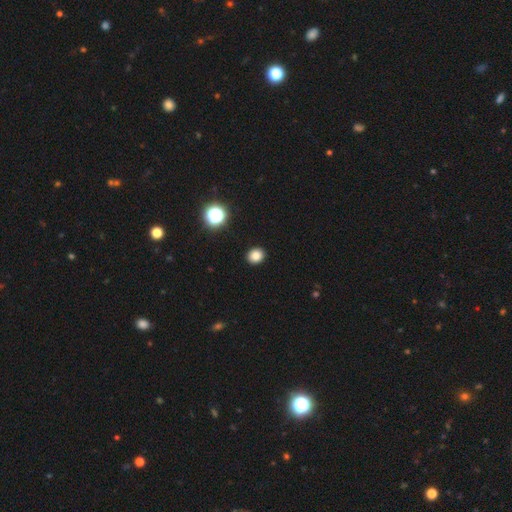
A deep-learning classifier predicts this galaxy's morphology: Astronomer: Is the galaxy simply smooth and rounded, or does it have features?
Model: smooth — 83%.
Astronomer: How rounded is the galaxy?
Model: round — 70%.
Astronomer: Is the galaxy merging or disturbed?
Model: none — 92%.